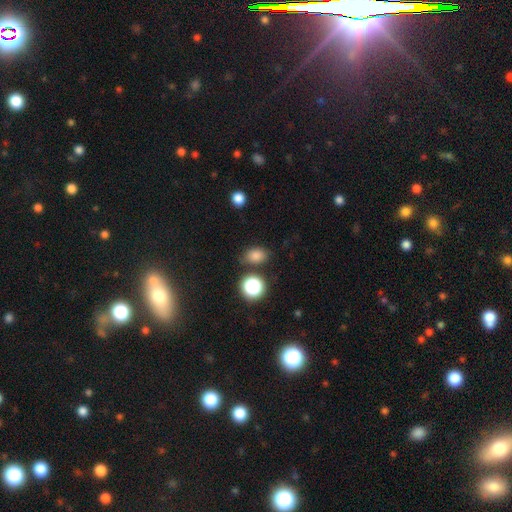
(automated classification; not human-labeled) This appears to be a smooth galaxy with no disk features (79%) that is in between round and cigar-shaped (69%). Merging: none (78%).